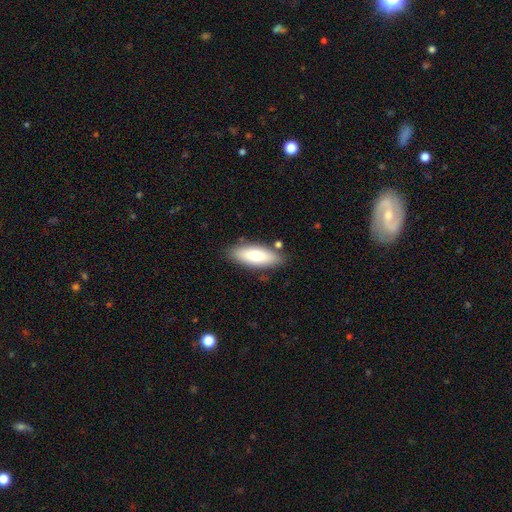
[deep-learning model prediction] Smooth or featured: smooth — 82% (featured or disk — 12%)
How rounded: in between — 67% (cigar-shaped — 31%)
Merging: none — 81% (minor disturbance — 12%)